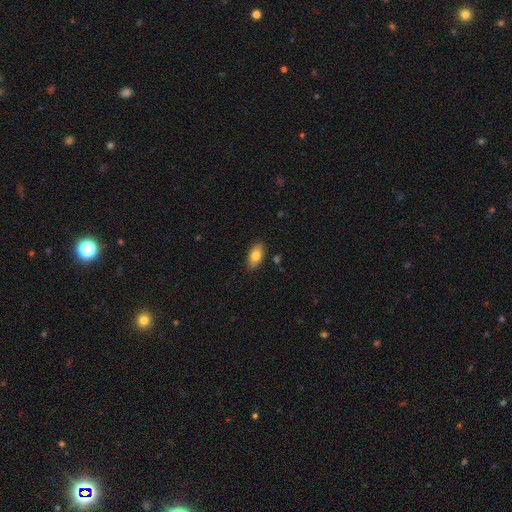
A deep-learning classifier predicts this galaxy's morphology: Smooth or featured: smooth — 81% (featured or disk — 12%)
How rounded: in between — 91% (cigar-shaped — 5%)
Merging: none — 86% (minor disturbance — 10%)